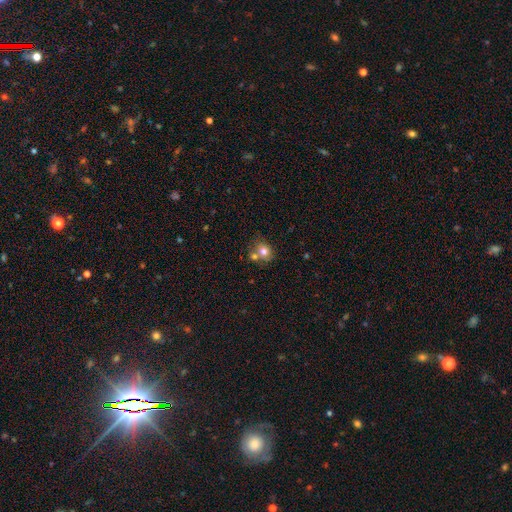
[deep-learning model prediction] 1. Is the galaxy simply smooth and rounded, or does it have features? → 68% smooth, 17% star or artifact, 15% featured or disk.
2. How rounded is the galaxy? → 78% round, 21% in between, 1% cigar-shaped.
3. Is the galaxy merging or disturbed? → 52% none, 33% merger, 11% minor disturbance, 5% major disturbance.